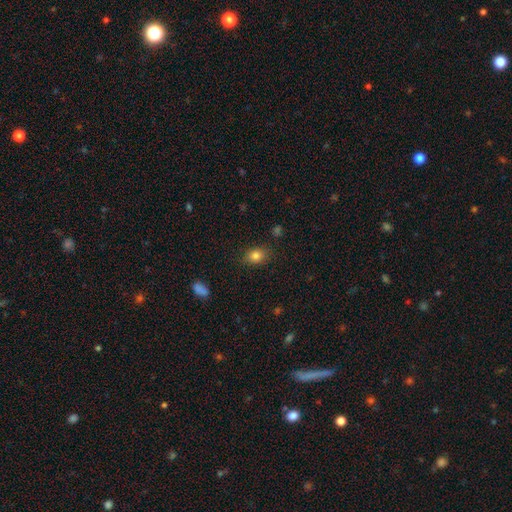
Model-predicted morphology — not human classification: Smooth or featured: smooth — 82% (star or artifact — 11%)
How rounded: in between — 63% (round — 36%)
Merging: none — 83% (minor disturbance — 13%)